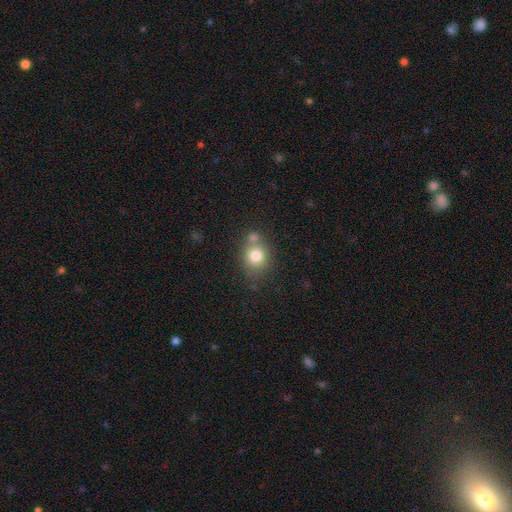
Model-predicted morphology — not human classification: Smooth or featured?
  - smooth: 78% *
  - featured or disk: 11%
  - star or artifact: 11%
How rounded?
  - round: 75% *
  - in between: 24%
  - cigar-shaped: 1%
Merging?
  - none: 56% *
  - merger: 28%
  - minor disturbance: 13%
  - major disturbance: 4%